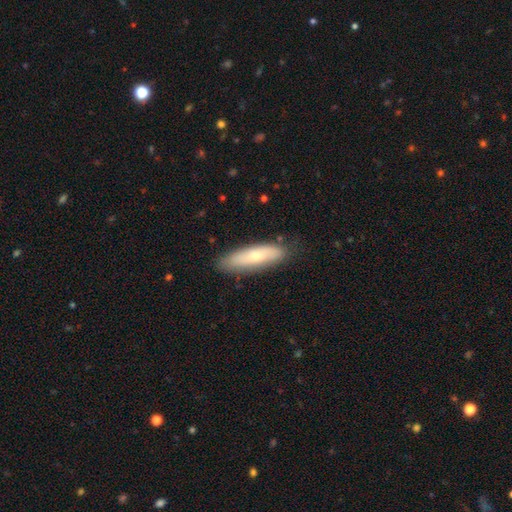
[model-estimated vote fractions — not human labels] This is likely a smooth galaxy (63%). How rounded: likely cigar-shaped (61%). Merging: clearly none (81%).